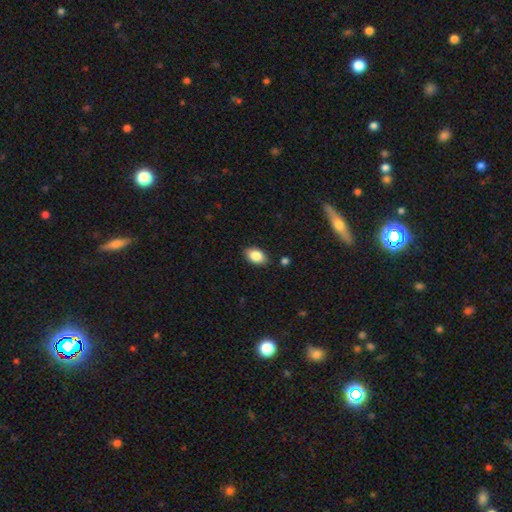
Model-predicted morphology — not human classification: A smooth galaxy with no disk features (85%) that is in between round and cigar-shaped (90%).

Vote fractions:
- Smooth or featured? smooth: 85% / featured or disk: 8% / star or artifact: 8%
- How rounded? in between: 90% / round: 9% / cigar-shaped: 2%
- Merging? none: 87% / minor disturbance: 9% / major disturbance: 2% / merger: 2%